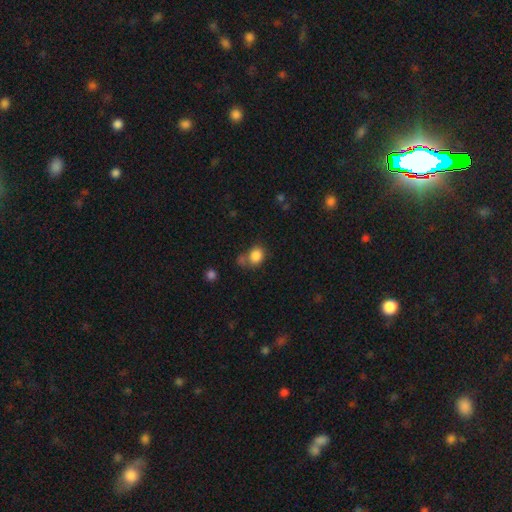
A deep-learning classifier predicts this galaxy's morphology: A smooth galaxy with no disk features (84%) that is round (56%). Merging: none (55%).